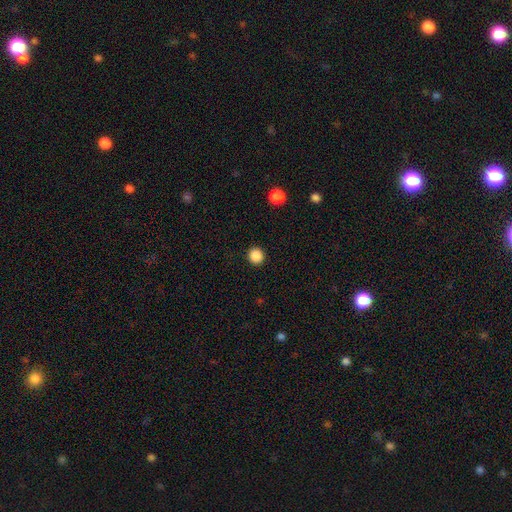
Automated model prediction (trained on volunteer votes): Smooth or featured?
  - smooth: 87% *
  - star or artifact: 11%
  - featured or disk: 3%
How rounded?
  - round: 92% *
  - in between: 7%
  - cigar-shaped: 1%
Merging?
  - none: 93% *
  - minor disturbance: 5%
  - major disturbance: 2%
  - merger: 1%